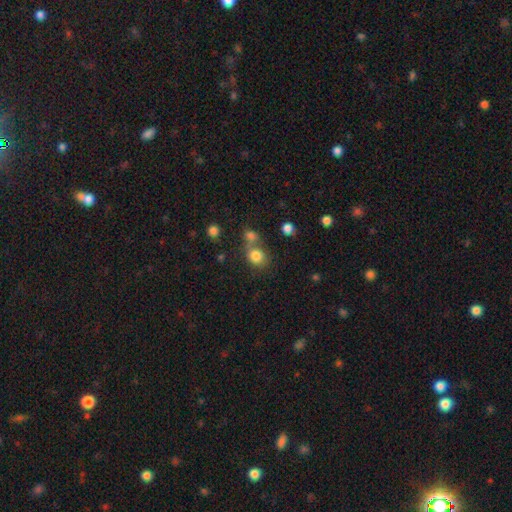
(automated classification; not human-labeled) smooth_or_featured: smooth (p=0.81) [alt: star or artifact p=0.12]
how_rounded: round (p=0.76) [alt: in between p=0.23]
merging: none (p=0.53) [alt: merger p=0.33]